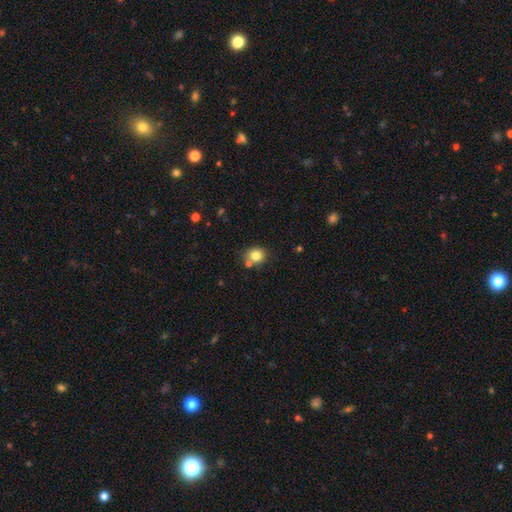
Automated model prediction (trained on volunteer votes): This is clearly a smooth galaxy (81%). How rounded: likely round (74%). Merging: likely none (69%).